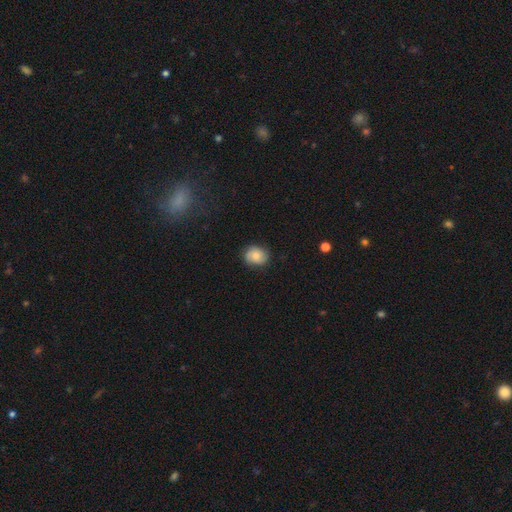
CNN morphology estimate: smooth_or_featured: smooth (p=0.66) [alt: featured or disk p=0.25]
how_rounded: round (p=0.65) [alt: in between p=0.34]
merging: none (p=0.80) [alt: minor disturbance p=0.16]